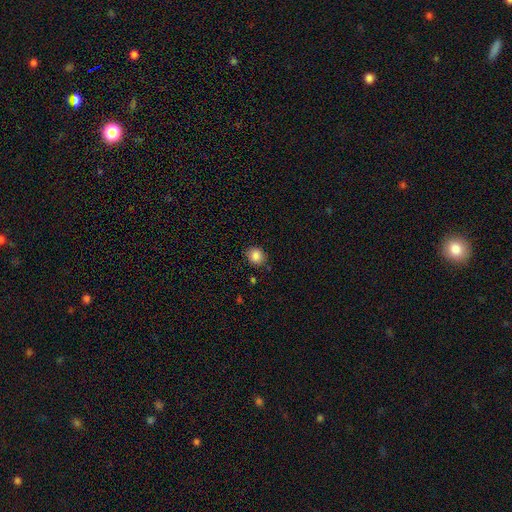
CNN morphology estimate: smooth 86%, star or artifact 10%, featured or disk 4%. Down the decision tree: how rounded — round (77%); merging — none (84%).